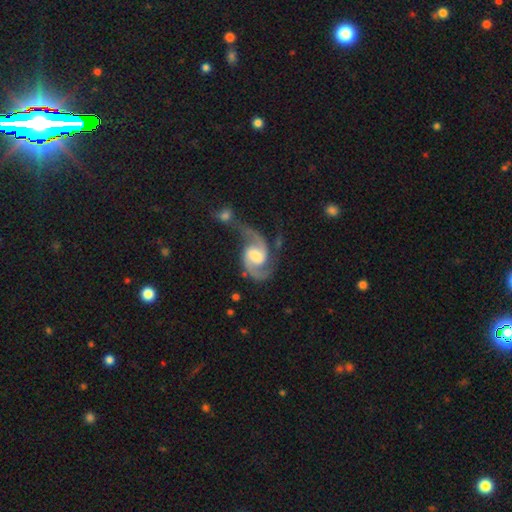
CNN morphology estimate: Smooth or featured? Predicted: featured or disk (p=0.91). Edge-on disk? Predicted: no (p=0.98). Bar? Predicted: weak (p=0.51). Spiral arms? Predicted: yes (p=0.98). Spiral winding? Predicted: medium (p=0.55). Spiral arm count? Predicted: 2 (p=0.92). Bulge size? Predicted: moderate (p=0.44). Merging? Predicted: none (p=0.44).